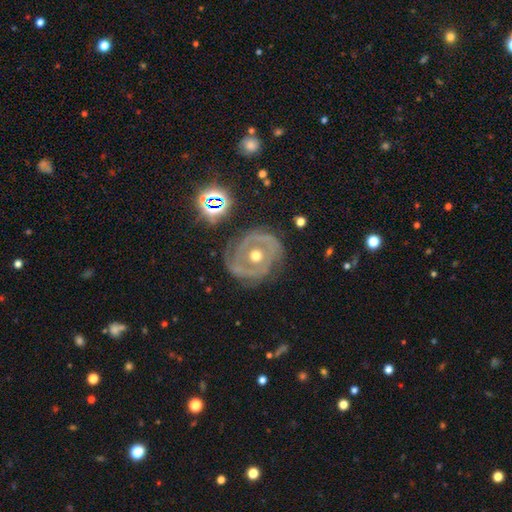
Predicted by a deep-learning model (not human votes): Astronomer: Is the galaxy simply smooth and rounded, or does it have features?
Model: featured or disk — 80%.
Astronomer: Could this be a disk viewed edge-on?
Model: no — 97%.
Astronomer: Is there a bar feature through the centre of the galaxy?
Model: no — 77%.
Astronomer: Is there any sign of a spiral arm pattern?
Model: yes — 70%.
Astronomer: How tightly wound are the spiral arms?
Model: tight — 64%.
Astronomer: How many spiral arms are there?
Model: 2 — 36% (runner-up: can't tell, 30%).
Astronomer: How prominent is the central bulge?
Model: moderate — 79%.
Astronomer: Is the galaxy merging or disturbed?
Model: none — 70%.